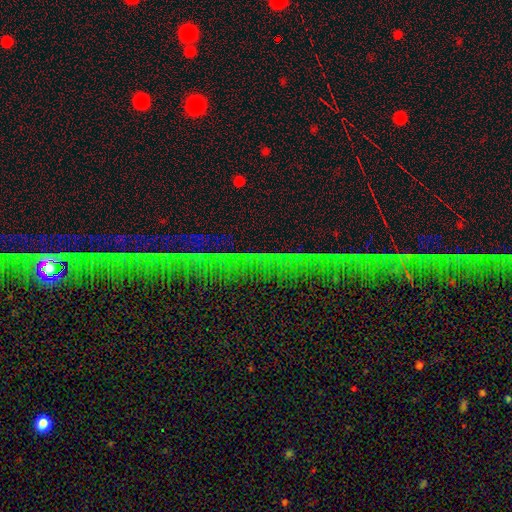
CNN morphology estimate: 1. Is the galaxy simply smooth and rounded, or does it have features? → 82% star or artifact, 10% featured or disk, 7% smooth.